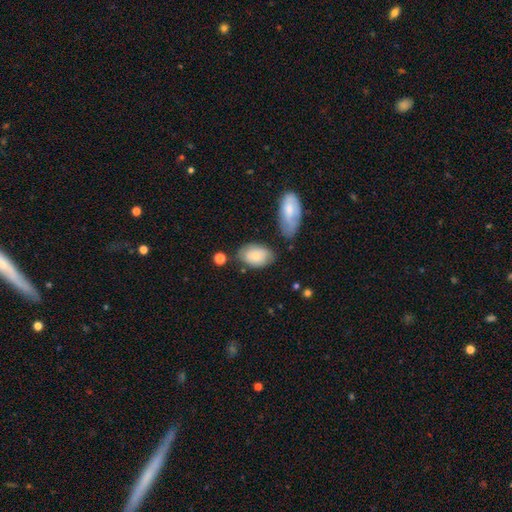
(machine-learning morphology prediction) A smooth galaxy with no disk features (74%) that is in between round and cigar-shaped (90%). Merging: none (63%).